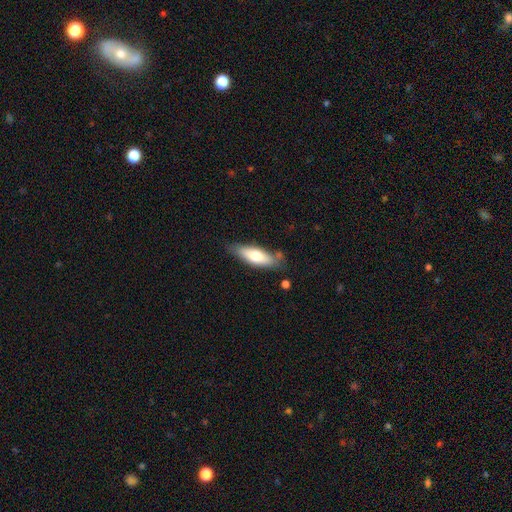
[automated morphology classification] Smooth or featured? smooth (67%)
How rounded? in between (56%)
Merging? none (73%)